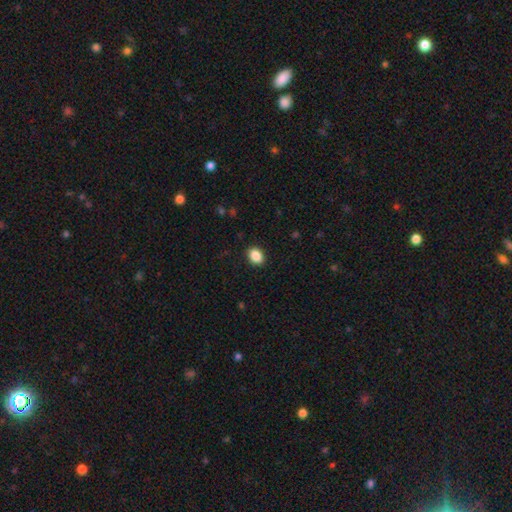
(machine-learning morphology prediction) A smooth galaxy with no disk features (88%) that is in between round and cigar-shaped (67%).

Vote fractions:
- Smooth or featured? smooth: 88% / star or artifact: 8% / featured or disk: 3%
- How rounded? in between: 67% / round: 32% / cigar-shaped: 1%
- Merging? none: 90% / minor disturbance: 7% / major disturbance: 2% / merger: 1%